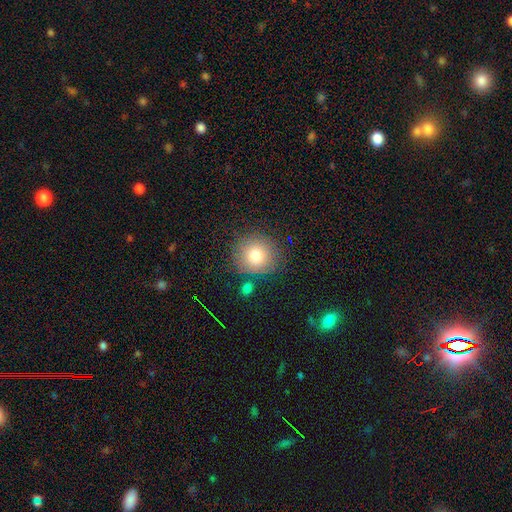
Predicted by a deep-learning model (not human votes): The model was most divided on "smooth or featured": smooth: 77%, star or artifact: 12%, featured or disk: 11%. More confident: how rounded — round (91%); merging — none (80%).